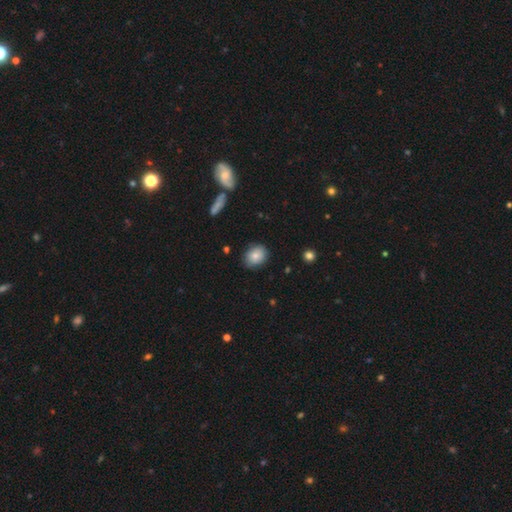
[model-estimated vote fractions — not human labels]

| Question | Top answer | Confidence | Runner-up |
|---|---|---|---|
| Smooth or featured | smooth | 80% | featured or disk (12%) |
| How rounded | round | 53% | in between (46%) |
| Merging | none | 80% | minor disturbance (16%) |